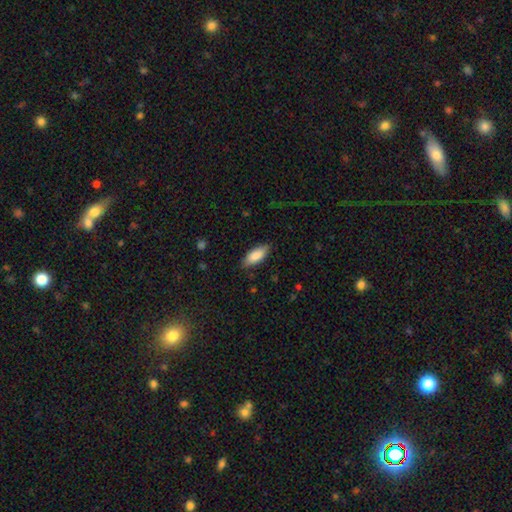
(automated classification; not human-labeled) This is clearly a smooth galaxy (85%). How rounded: likely in between (80%). Merging: clearly none (85%).